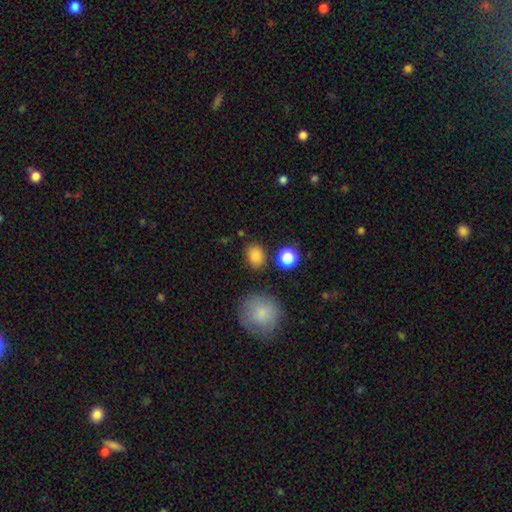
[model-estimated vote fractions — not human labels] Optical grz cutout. It shows a smooth galaxy with no disk features (84%) that is in between round and cigar-shaped (55%). Merging: none (83%).